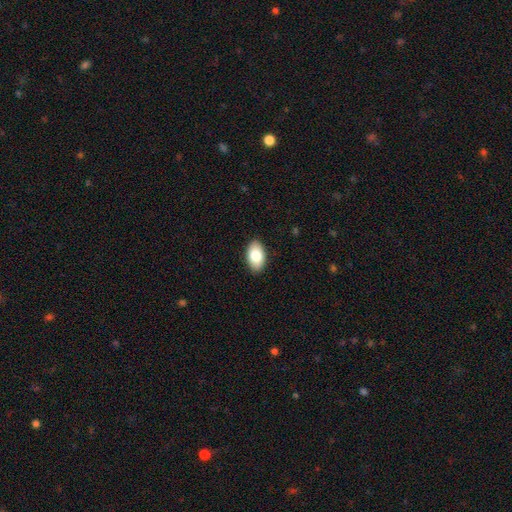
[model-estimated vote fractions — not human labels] Q: Smooth or featured?
A: smooth (84%); runner-up: featured or disk (9%)
Q: How rounded?
A: in between (94%); runner-up: round (5%)
Q: Merging?
A: none (89%); runner-up: minor disturbance (9%)